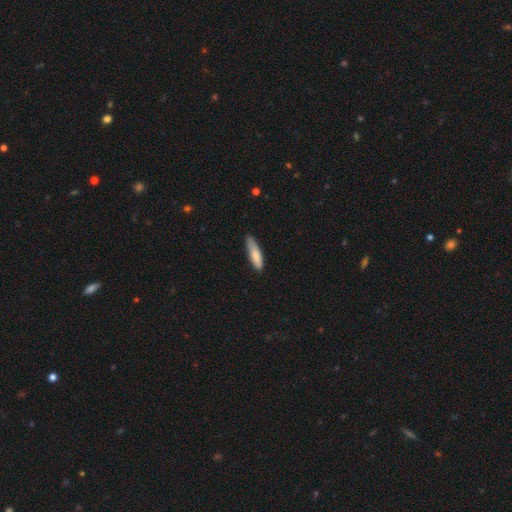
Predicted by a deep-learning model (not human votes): Smooth or featured? Predicted: smooth (p=0.82). How rounded? Predicted: cigar-shaped (p=0.72). Merging? Predicted: none (p=0.75).